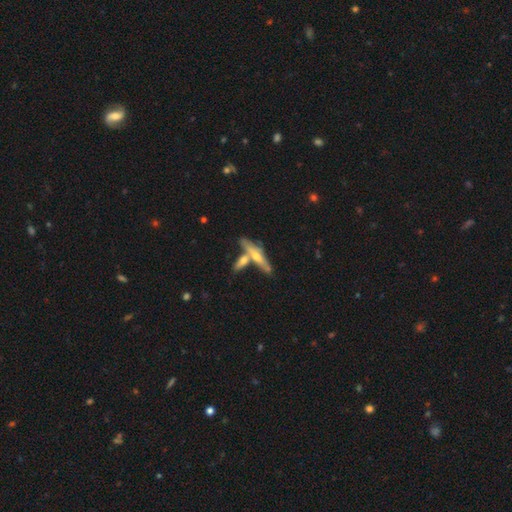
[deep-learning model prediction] Overall: featured or disk (53%; smooth 41%). Edge-on disk: yes (82%). Merging: none (49%; merger 34%).